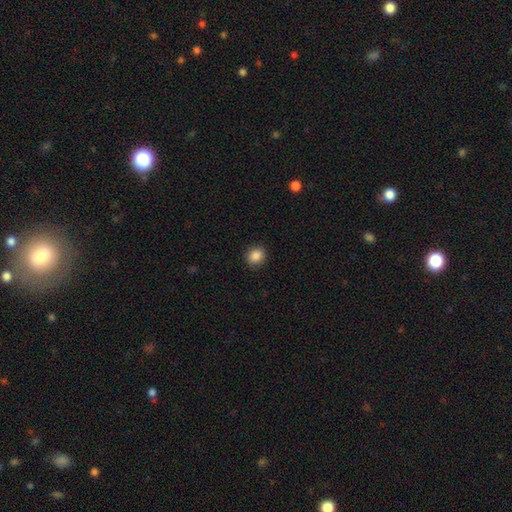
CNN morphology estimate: smooth 87%, star or artifact 10%, featured or disk 3%. Down the decision tree: how rounded — round (75%); merging — none (91%).